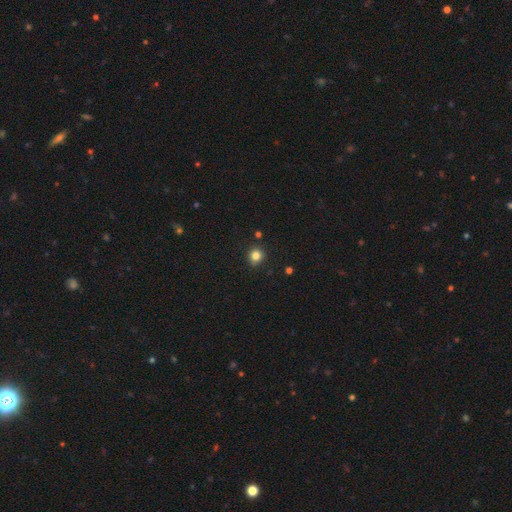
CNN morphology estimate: A smooth galaxy with no disk features (82%) that is round (87%).

Vote fractions:
- Smooth or featured? smooth: 82% / star or artifact: 13% / featured or disk: 5%
- How rounded? round: 87% / in between: 12% / cigar-shaped: 1%
- Merging? none: 86% / minor disturbance: 9% / merger: 2% / major disturbance: 2%